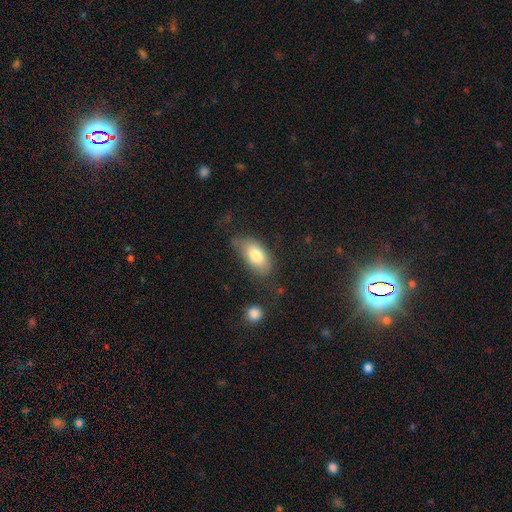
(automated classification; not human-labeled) The model was most divided on "merging": none: 58%, minor disturbance: 28%, major disturbance: 10%, merger: 3%. More confident: how rounded — in between (91%); smooth or featured — smooth (76%).